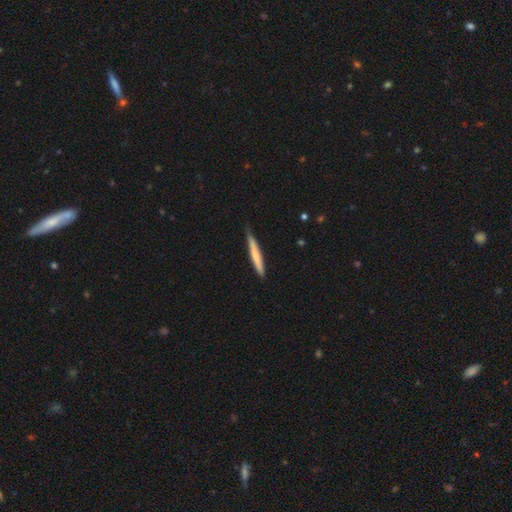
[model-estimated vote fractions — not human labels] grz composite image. It shows a smooth galaxy with no disk features (63%) that is cigar-shaped (95%). Merging: none (80%).